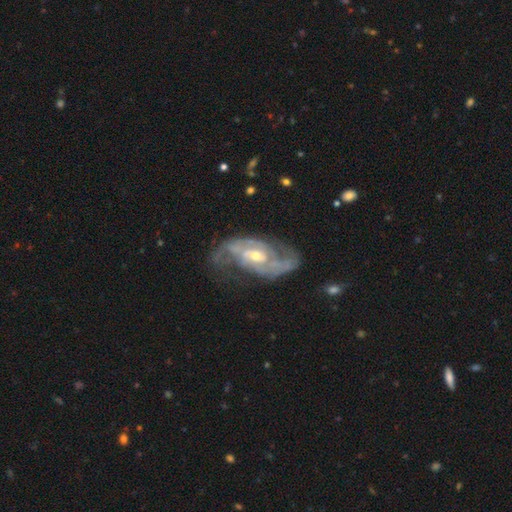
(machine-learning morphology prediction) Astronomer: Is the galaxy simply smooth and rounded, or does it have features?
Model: featured or disk — 88%.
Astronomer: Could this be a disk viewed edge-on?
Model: no — 94%.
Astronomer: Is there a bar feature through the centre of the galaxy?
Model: no — 45% (runner-up: weak, 40%).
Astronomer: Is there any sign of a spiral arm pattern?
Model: yes — 94%.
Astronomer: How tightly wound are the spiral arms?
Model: medium — 45% (runner-up: tight, 33%).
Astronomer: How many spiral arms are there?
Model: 2 — 67%.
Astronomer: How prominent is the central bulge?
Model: moderate — 50% (runner-up: small, 47%).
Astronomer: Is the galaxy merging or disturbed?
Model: none — 62%.